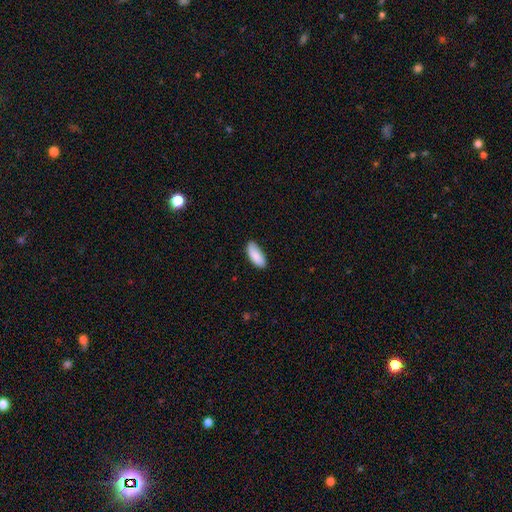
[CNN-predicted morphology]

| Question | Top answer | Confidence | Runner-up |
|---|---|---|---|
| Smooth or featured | smooth | 89% | star or artifact (6%) |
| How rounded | in between | 85% | cigar-shaped (13%) |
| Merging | none | 80% | minor disturbance (16%) |